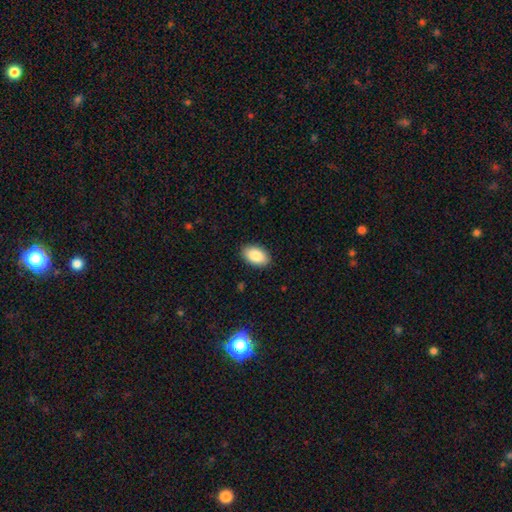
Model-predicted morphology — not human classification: Q: Smooth or featured?
A: smooth (88%); runner-up: star or artifact (7%)
Q: How rounded?
A: in between (94%); runner-up: round (5%)
Q: Merging?
A: none (89%); runner-up: minor disturbance (8%)